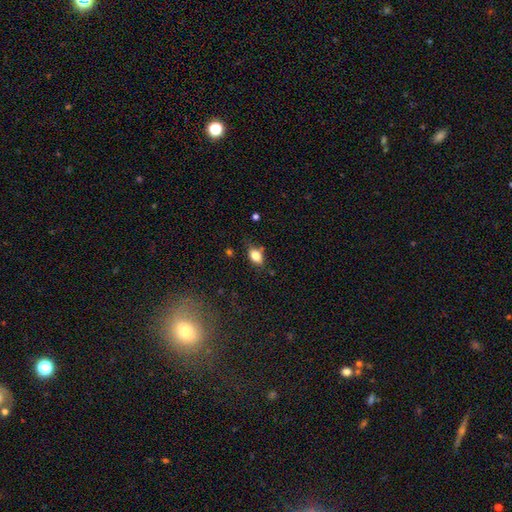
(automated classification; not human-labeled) Smooth or featured: smooth — 77% (featured or disk — 14%)
How rounded: in between — 83% (round — 12%)
Merging: none — 70% (minor disturbance — 21%)